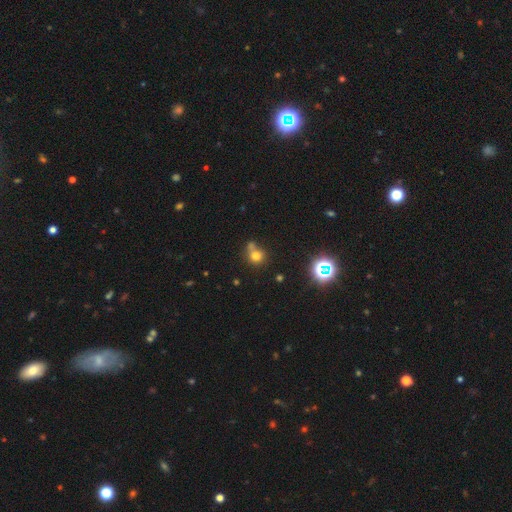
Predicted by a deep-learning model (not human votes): Smooth or featured: smooth — 72% (star or artifact — 18%)
How rounded: round — 83% (in between — 15%)
Merging: none — 51% (merger — 30%)